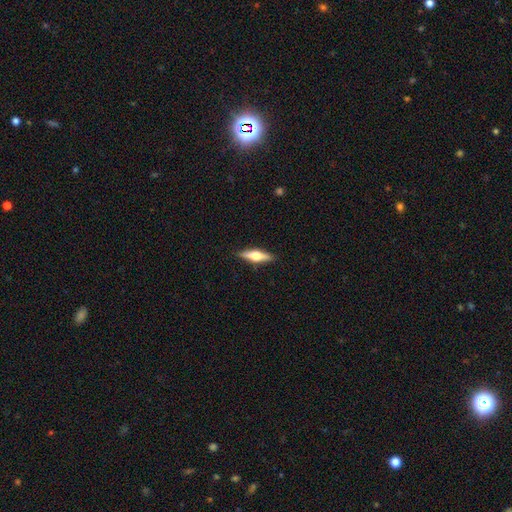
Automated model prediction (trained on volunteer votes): A featured or disk galaxy (62%) viewed edge-on (96%) with a rounded central bulge (93%). Merging: none (89%).